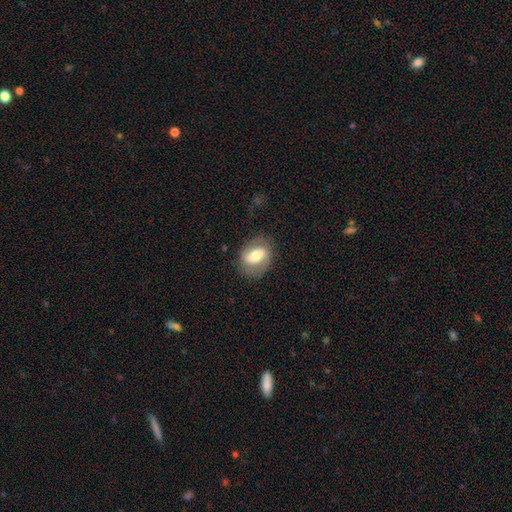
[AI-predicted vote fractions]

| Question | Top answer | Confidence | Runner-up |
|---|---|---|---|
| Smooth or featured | featured or disk | 47% | smooth (46%) |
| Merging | none | 76% | minor disturbance (16%) |